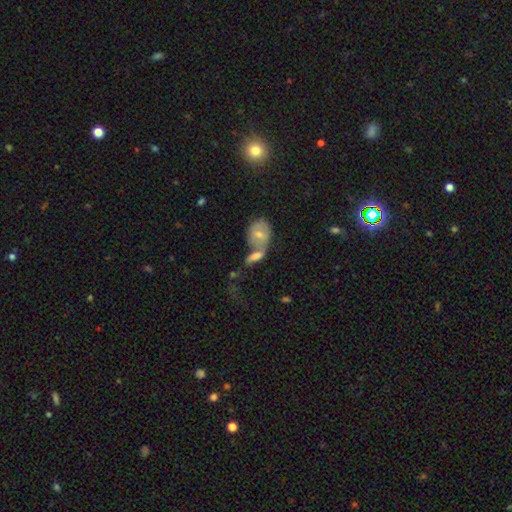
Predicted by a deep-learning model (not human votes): Q: Smooth or featured?
A: smooth (56%); runner-up: featured or disk (32%)
Q: How rounded?
A: in between (75%); runner-up: round (16%)
Q: Merging?
A: merger (59%); runner-up: none (24%)